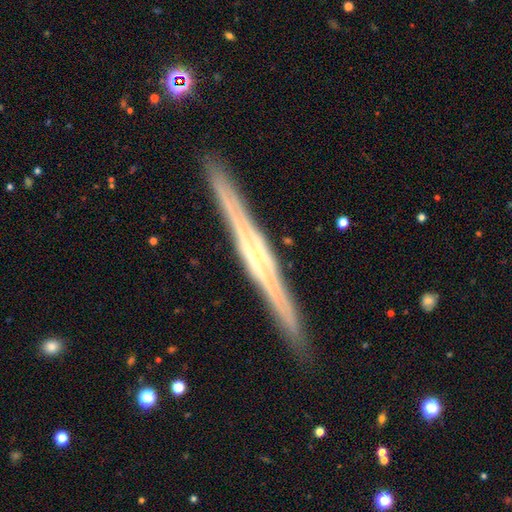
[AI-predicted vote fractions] Overall: featured or disk (83%). Edge-on disk: yes (98%). Edge-on bulge: rounded (48%; boxy 29%). Merging: none (91%).